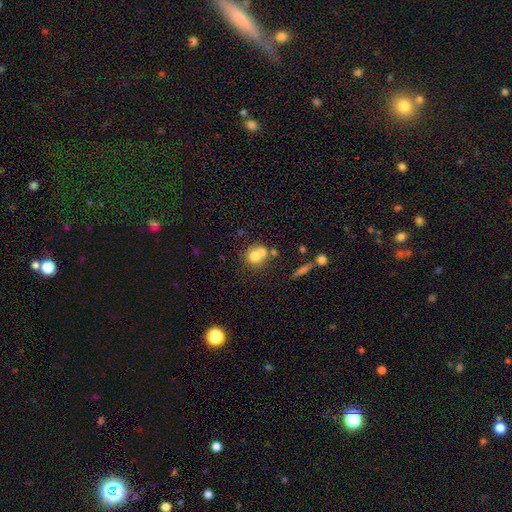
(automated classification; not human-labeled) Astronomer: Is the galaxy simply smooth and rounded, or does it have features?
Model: smooth — 69%.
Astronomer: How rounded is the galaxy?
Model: round — 83%.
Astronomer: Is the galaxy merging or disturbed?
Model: merger — 49% (runner-up: none, 39%).